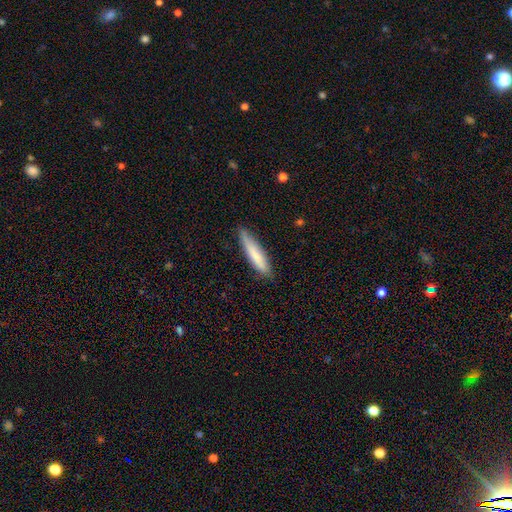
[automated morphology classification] Smooth or featured: smooth — 76% (featured or disk — 18%)
How rounded: cigar-shaped — 86% (in between — 13%)
Merging: none — 82% (minor disturbance — 15%)